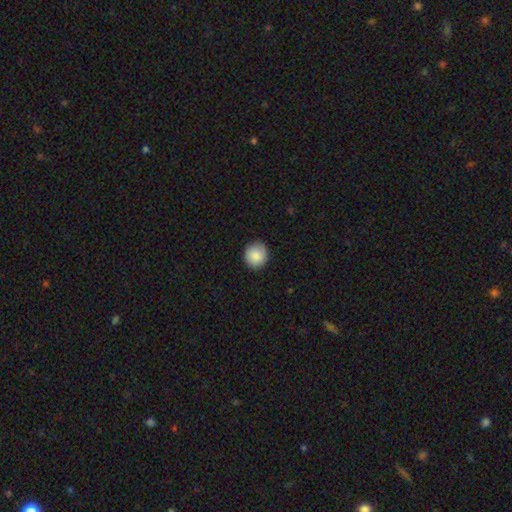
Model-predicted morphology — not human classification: Smooth or featured?
  - smooth: 87% *
  - star or artifact: 7%
  - featured or disk: 6%
How rounded?
  - round: 92% *
  - in between: 7%
  - cigar-shaped: 1%
Merging?
  - none: 89% *
  - minor disturbance: 8%
  - major disturbance: 2%
  - merger: 1%